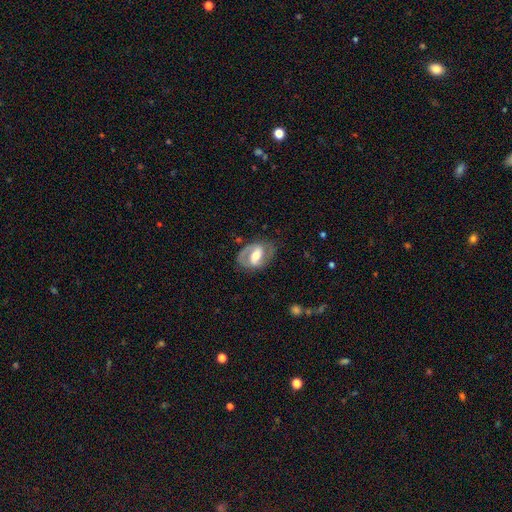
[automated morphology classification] featured or disk 76%, smooth 19%, star or artifact 5%. Down the decision tree: edge-on disk — no (96%); bar — strong (44%); spiral arms — yes (81%); spiral arm count — 2 (78%); spiral winding — medium (49%); bulge size — moderate (65%); merging — none (71%).